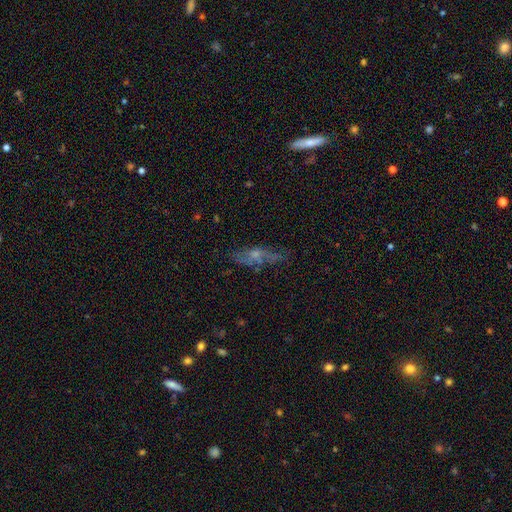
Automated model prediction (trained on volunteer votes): Morphology: type=featured or disk (47%); merging=none (60%).